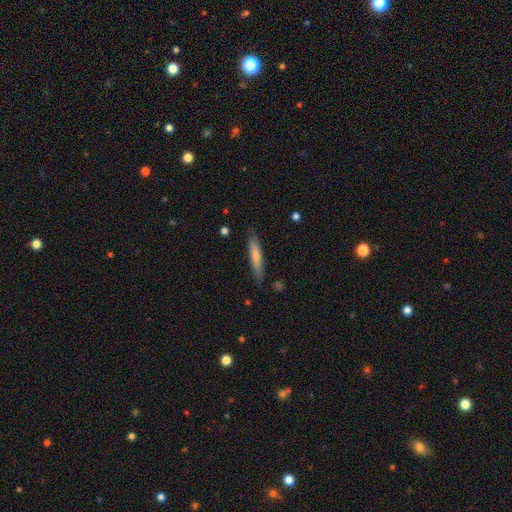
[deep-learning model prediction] A smooth galaxy with no disk features (72%) that is cigar-shaped (89%).

Vote fractions:
- Smooth or featured? smooth: 72% / featured or disk: 22% / star or artifact: 5%
- How rounded? cigar-shaped: 89% / in between: 10% / round: 1%
- Merging? none: 83% / minor disturbance: 14% / major disturbance: 2% / merger: 1%